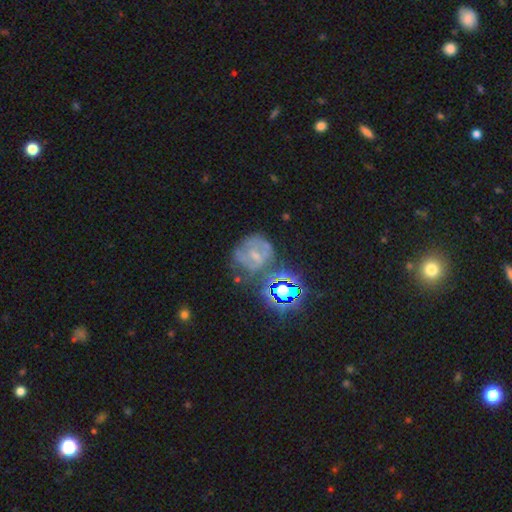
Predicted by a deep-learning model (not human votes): A featured or disk galaxy (49%).

Vote fractions:
- Smooth or featured? featured or disk: 49% / star or artifact: 26% / smooth: 25%
- Merging? none: 51% / minor disturbance: 22% / major disturbance: 16% / merger: 11%